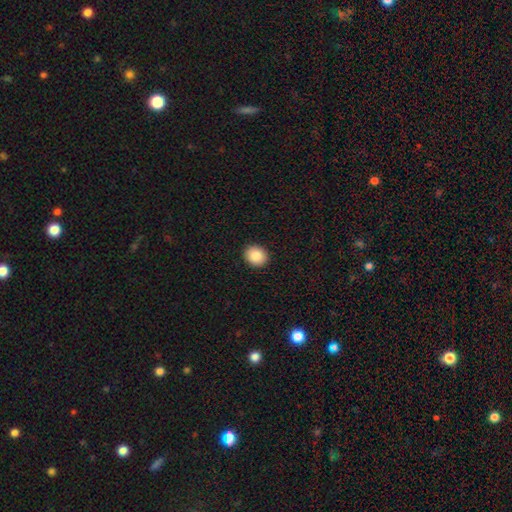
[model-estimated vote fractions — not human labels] Morphology: type=smooth (87%); roundness=round (63%); merging=none (91%).